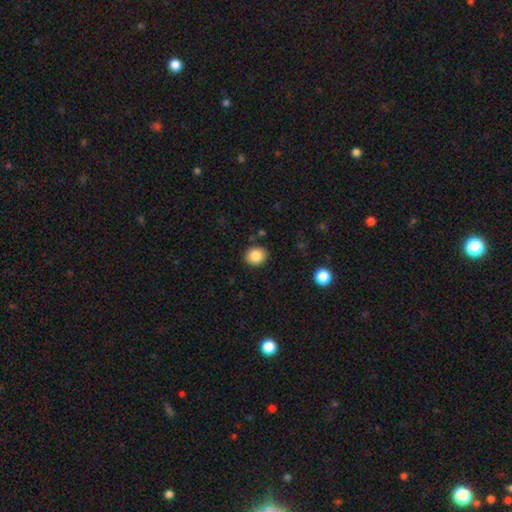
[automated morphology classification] type=smooth (86%); roundness=round (75%); merging=none (89%).